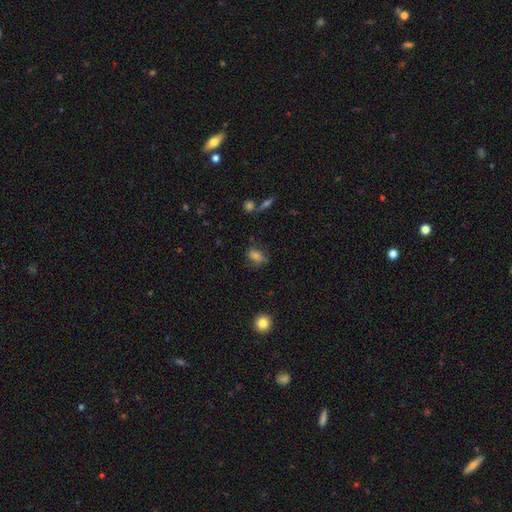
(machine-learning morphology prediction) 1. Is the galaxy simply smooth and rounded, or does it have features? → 71% smooth, 18% featured or disk, 12% star or artifact.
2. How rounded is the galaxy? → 76% in between, 21% round, 3% cigar-shaped.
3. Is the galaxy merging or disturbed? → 66% none, 22% minor disturbance, 9% major disturbance, 3% merger.